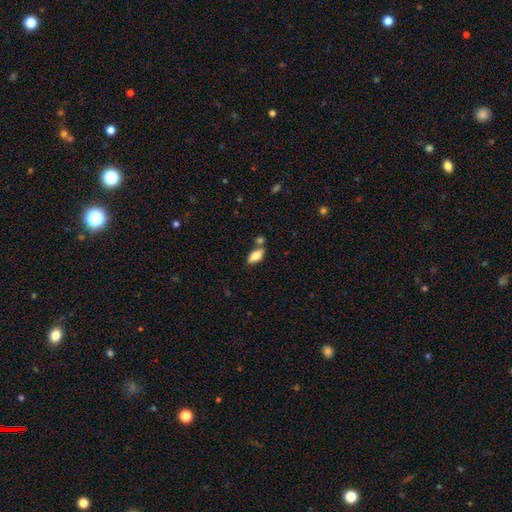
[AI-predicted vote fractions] Morphology: type=smooth (75%); roundness=in between (83%); merging=none (64%).